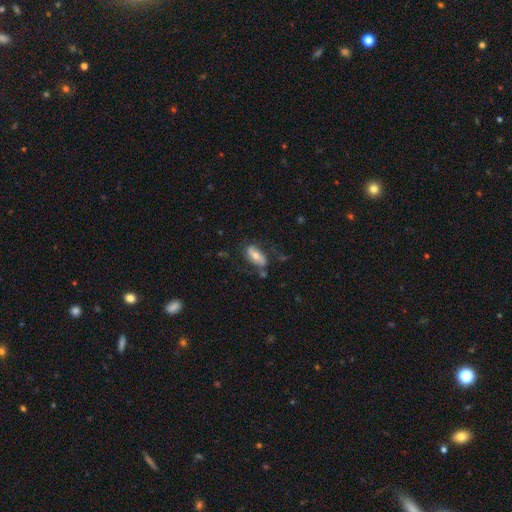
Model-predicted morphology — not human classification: Smooth or featured: smooth — 52% (featured or disk — 41%)
How rounded: in between — 84% (cigar-shaped — 12%)
Merging: none — 62% (minor disturbance — 23%)